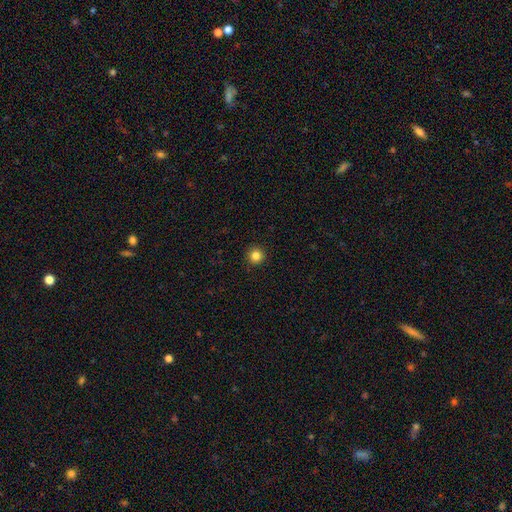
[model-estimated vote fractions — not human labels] Smooth or featured?
  - smooth: 84% *
  - star or artifact: 12%
  - featured or disk: 4%
How rounded?
  - round: 96% *
  - in between: 3%
  - cigar-shaped: 1%
Merging?
  - none: 93% *
  - minor disturbance: 4%
  - major disturbance: 1%
  - merger: 1%